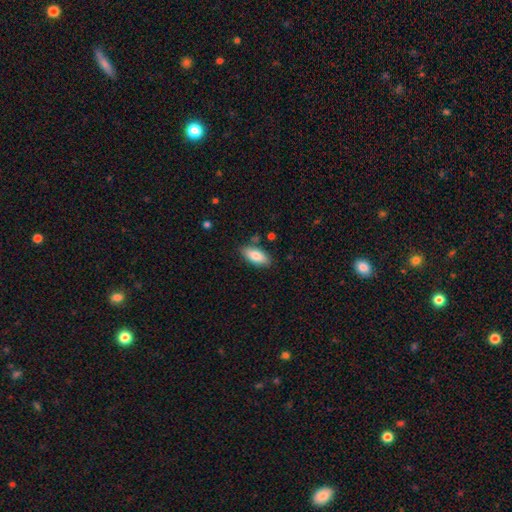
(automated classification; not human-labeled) smooth-or-featured: smooth: 80% | featured or disk: 13% | star or artifact: 6%
  how-rounded: in between: 85% | cigar-shaped: 13% | round: 2%
  merging: none: 82% | minor disturbance: 12% | merger: 4% | major disturbance: 2%